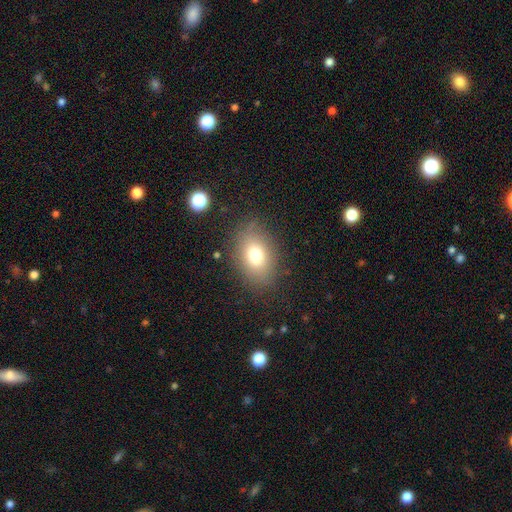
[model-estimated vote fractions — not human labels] Q: Smooth or featured?
A: smooth (72%); runner-up: star or artifact (15%)
Q: How rounded?
A: in between (80%); runner-up: round (18%)
Q: Merging?
A: none (87%); runner-up: minor disturbance (8%)